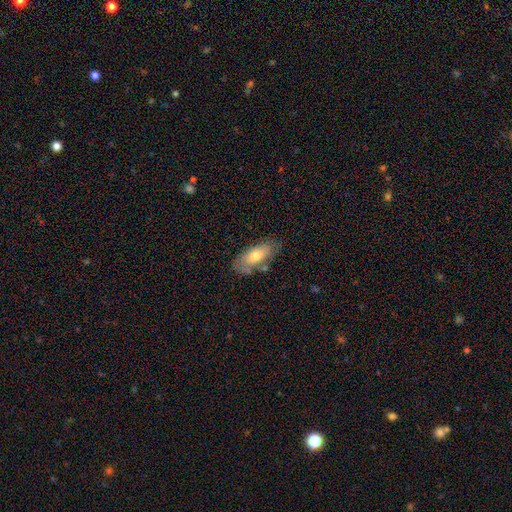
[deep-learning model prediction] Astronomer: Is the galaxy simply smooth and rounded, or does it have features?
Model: smooth — 66%.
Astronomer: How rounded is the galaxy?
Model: in between — 86%.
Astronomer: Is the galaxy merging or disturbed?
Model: none — 69%.